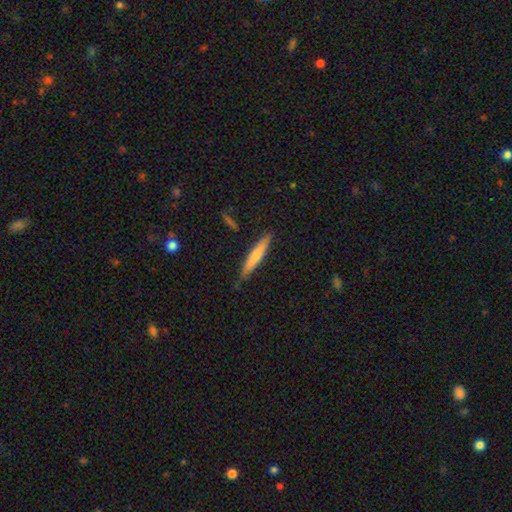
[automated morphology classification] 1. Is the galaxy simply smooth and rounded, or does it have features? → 67% smooth, 27% featured or disk, 6% star or artifact.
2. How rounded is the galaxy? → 91% cigar-shaped, 7% in between, 1% round.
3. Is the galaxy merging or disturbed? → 79% none, 17% minor disturbance, 3% major disturbance, 2% merger.